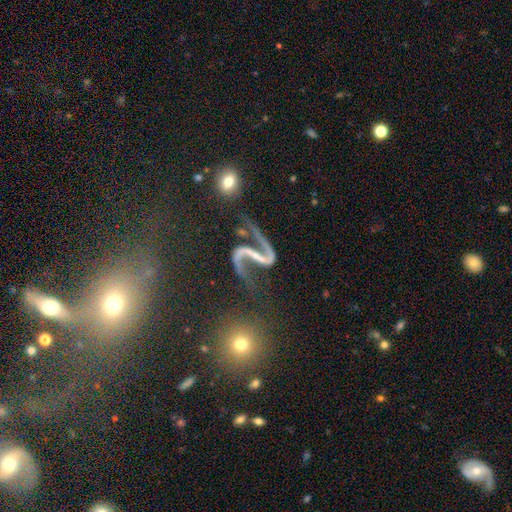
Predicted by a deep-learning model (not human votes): Smooth or featured? Predicted: featured or disk (p=0.87). Edge-on disk? Predicted: no (p=0.96). Bar? Predicted: strong (p=0.56). Spiral arms? Predicted: yes (p=0.95). Spiral winding? Predicted: loose (p=0.77). Spiral arm count? Predicted: 2 (p=0.91). Bulge size? Predicted: small (p=0.56). Merging? Predicted: none (p=0.57).